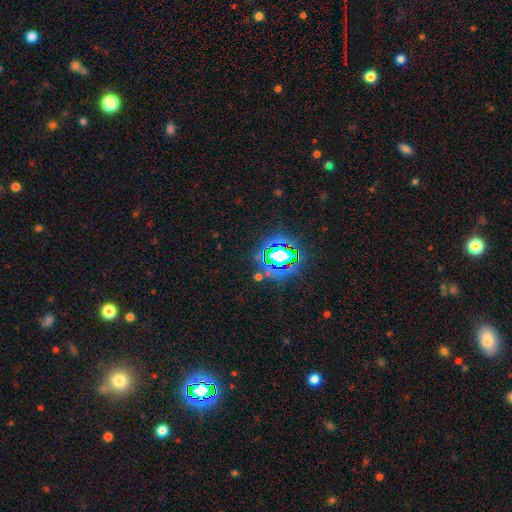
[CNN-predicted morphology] Smooth or featured? star or artifact (82%)